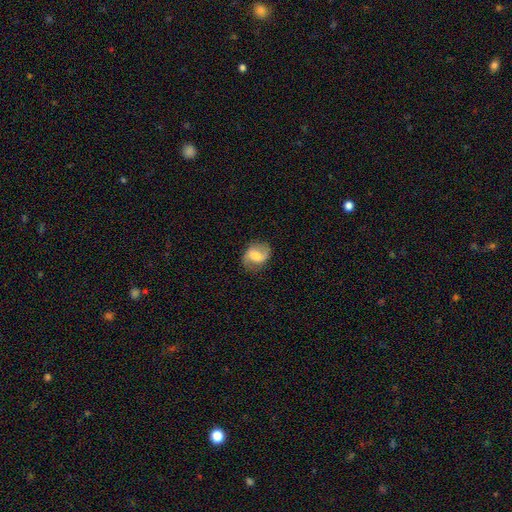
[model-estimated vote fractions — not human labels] Smooth or featured? Predicted: featured or disk (p=0.60). Edge-on disk? Predicted: no (p=0.97). Bar? Predicted: weak (p=0.49). Spiral arms? Predicted: yes (p=0.87). Spiral winding? Predicted: loose (p=0.49). Spiral arm count? Predicted: 2 (p=0.87). Bulge size? Predicted: moderate (p=0.54). Merging? Predicted: none (p=0.78).